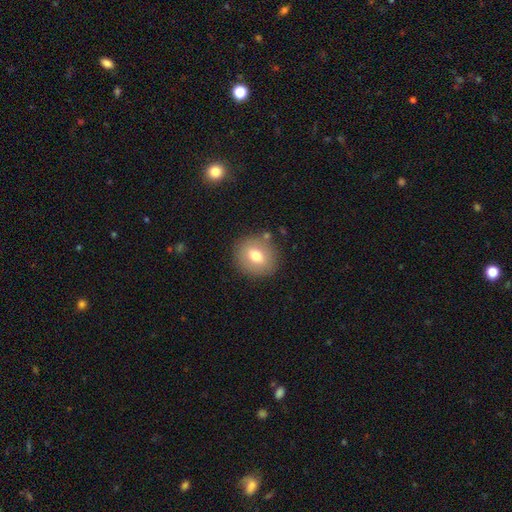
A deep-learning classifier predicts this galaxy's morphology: Q: Smooth or featured?
A: smooth (69%); runner-up: featured or disk (22%)
Q: How rounded?
A: round (75%); runner-up: in between (24%)
Q: Merging?
A: none (83%); runner-up: minor disturbance (10%)